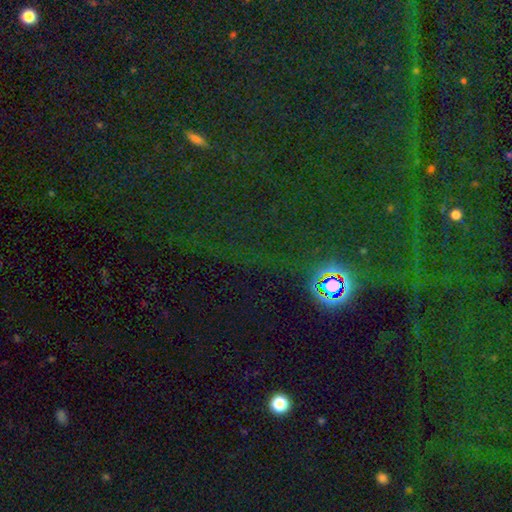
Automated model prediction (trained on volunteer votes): Smooth or featured?
  - star or artifact: 82% *
  - smooth: 11%
  - featured or disk: 8%